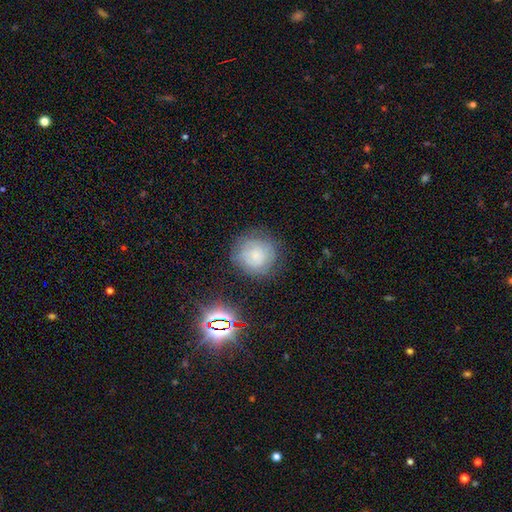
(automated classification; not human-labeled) Smooth or featured? Predicted: smooth (p=0.61). How rounded? Predicted: round (p=0.91). Merging? Predicted: none (p=0.74).